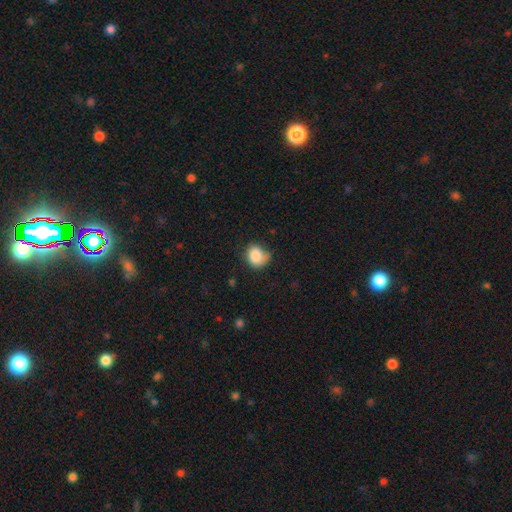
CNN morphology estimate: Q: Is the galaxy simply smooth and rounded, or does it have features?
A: smooth — 84%.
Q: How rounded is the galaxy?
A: round — 62%.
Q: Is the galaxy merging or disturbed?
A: none — 51%.